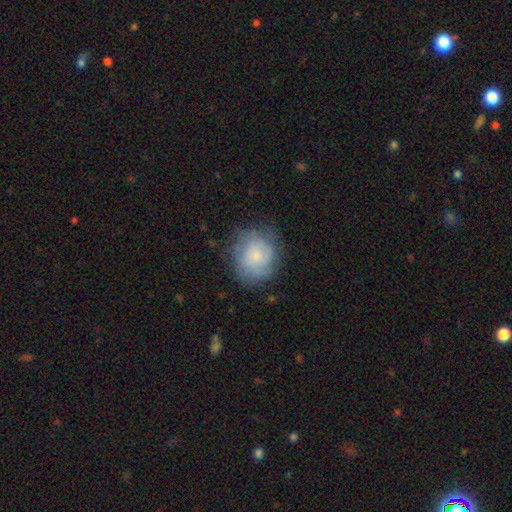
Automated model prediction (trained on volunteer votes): Smooth or featured?
  - smooth: 58% *
  - featured or disk: 34%
  - star or artifact: 8%
How rounded?
  - round: 74% *
  - in between: 25%
  - cigar-shaped: 1%
Merging?
  - none: 70% *
  - minor disturbance: 20%
  - major disturbance: 8%
  - merger: 1%